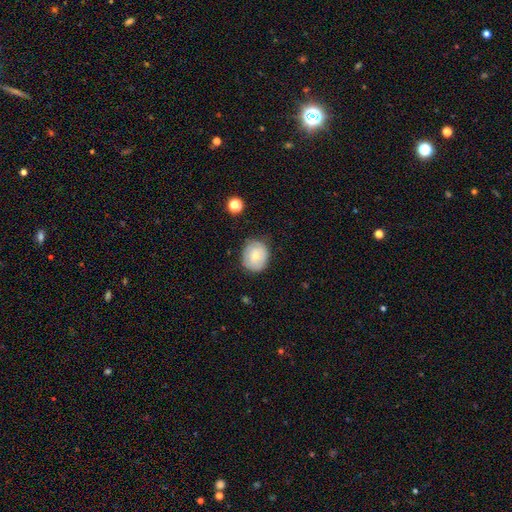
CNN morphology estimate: Smooth or featured?
  - smooth: 67% *
  - featured or disk: 25%
  - star or artifact: 8%
How rounded?
  - round: 70% *
  - in between: 29%
  - cigar-shaped: 1%
Merging?
  - none: 76% *
  - minor disturbance: 18%
  - major disturbance: 4%
  - merger: 1%